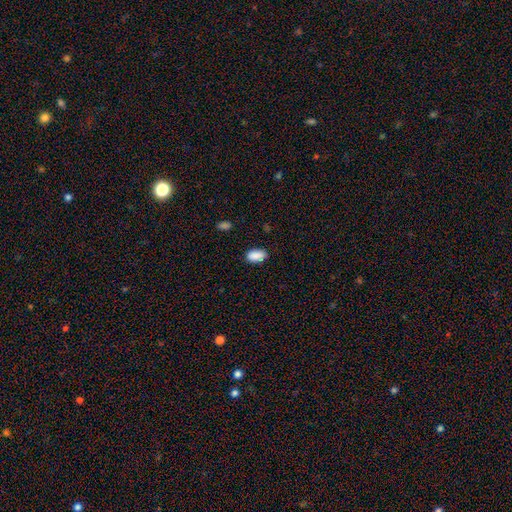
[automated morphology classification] This appears to be a smooth galaxy with no disk features (89%) that is in between round and cigar-shaped (93%). Merging: none (83%).